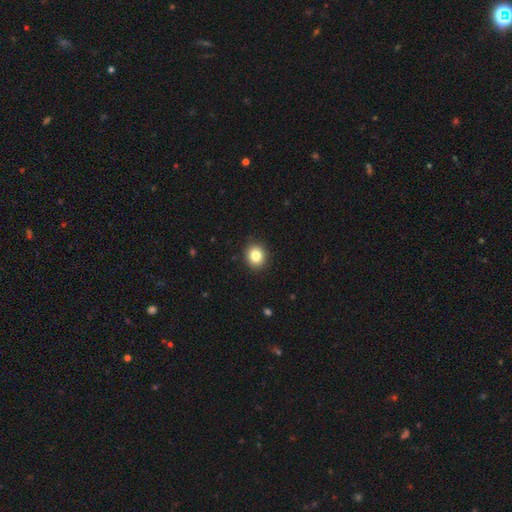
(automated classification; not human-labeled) Morphology: type=smooth (83%); roundness=round (79%); merging=none (91%).